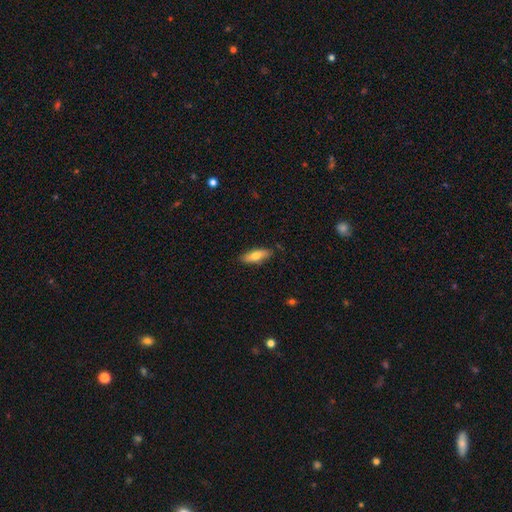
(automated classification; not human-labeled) A smooth galaxy with no disk features (71%) that is in between round and cigar-shaped (59%). Merging: none (81%).